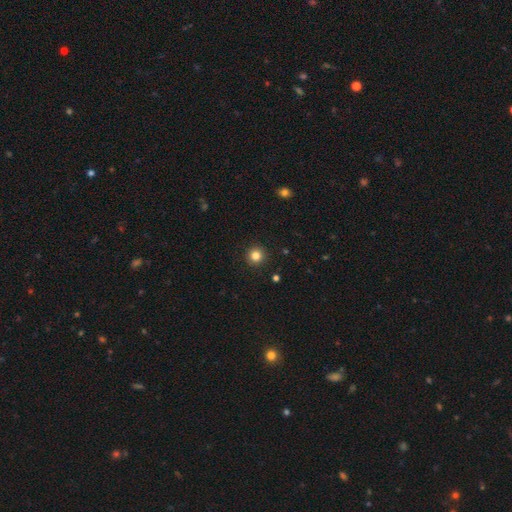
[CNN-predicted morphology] smooth 83%, star or artifact 12%, featured or disk 5%. Down the decision tree: how rounded — round (96%); merging — none (93%).